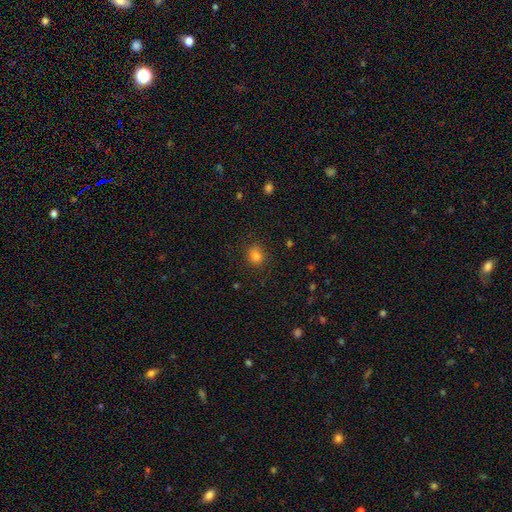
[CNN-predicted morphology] Smooth or featured?
  - smooth: 81% *
  - star or artifact: 13%
  - featured or disk: 6%
How rounded?
  - round: 72% *
  - in between: 27%
  - cigar-shaped: 1%
Merging?
  - none: 84% *
  - minor disturbance: 11%
  - major disturbance: 4%
  - merger: 1%